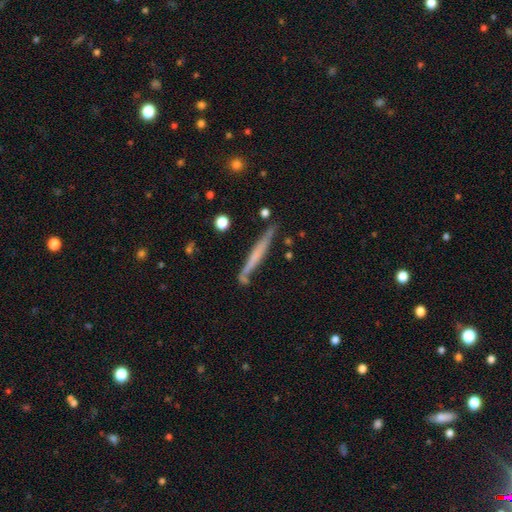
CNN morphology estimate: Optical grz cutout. It shows a featured or disk galaxy (49%). Merging: none (78%).